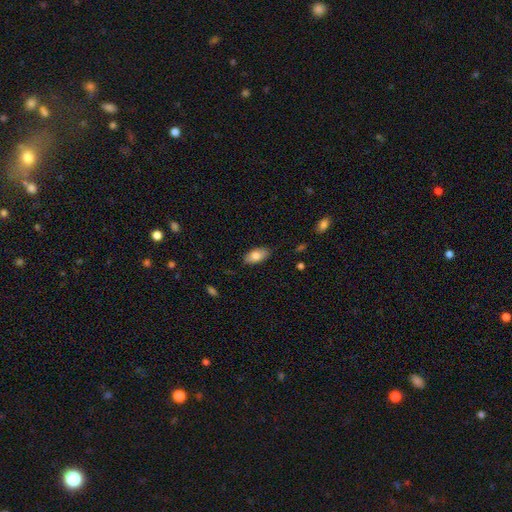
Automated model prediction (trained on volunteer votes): Morphology: type=smooth (81%); roundness=in between (92%); merging=none (84%).